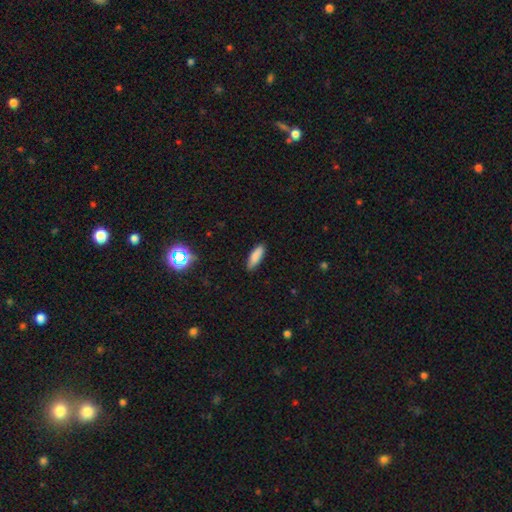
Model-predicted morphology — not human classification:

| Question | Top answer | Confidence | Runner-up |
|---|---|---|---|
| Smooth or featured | smooth | 85% | star or artifact (8%) |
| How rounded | in between | 59% | cigar-shaped (40%) |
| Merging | none | 87% | minor disturbance (10%) |